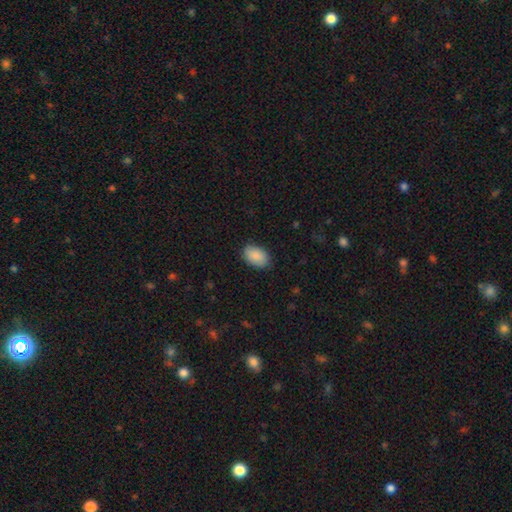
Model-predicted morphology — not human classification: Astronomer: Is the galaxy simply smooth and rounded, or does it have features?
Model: smooth — 90%.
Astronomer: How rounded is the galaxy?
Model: in between — 90%.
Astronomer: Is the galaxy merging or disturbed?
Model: none — 85%.